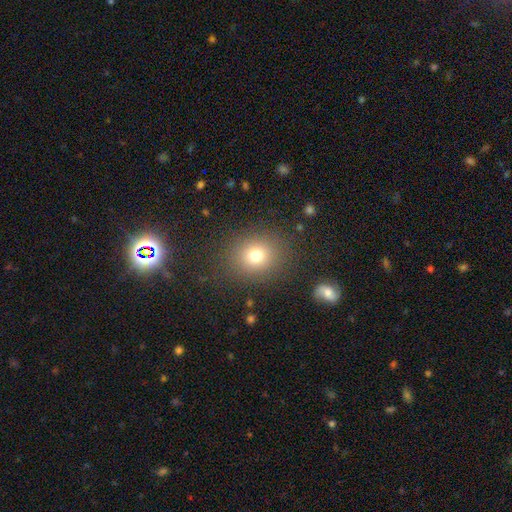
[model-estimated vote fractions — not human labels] A smooth galaxy with no disk features (76%) that is round (73%). Merging: none (85%).